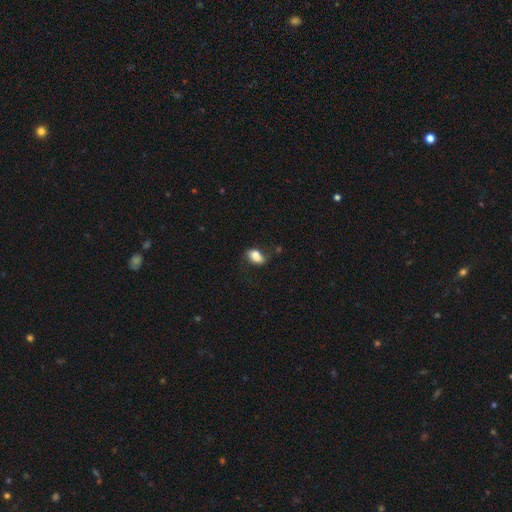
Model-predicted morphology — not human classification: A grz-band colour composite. It shows a smooth galaxy with no disk features (82%) that is in between round and cigar-shaped (89%). Merging: none (52%).